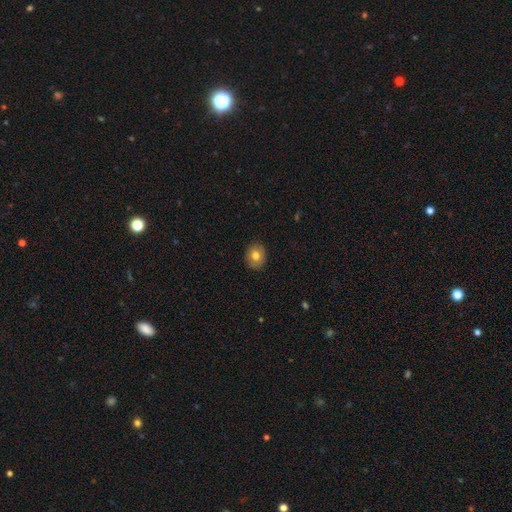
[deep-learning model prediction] Smooth or featured: smooth — 73% (featured or disk — 18%)
How rounded: round — 59% (in between — 40%)
Merging: none — 87% (minor disturbance — 10%)